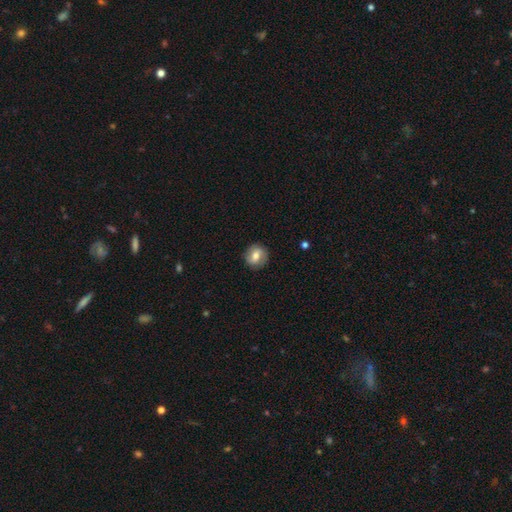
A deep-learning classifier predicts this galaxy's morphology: Smooth or featured: smooth — 59% (featured or disk — 33%)
How rounded: round — 80% (in between — 19%)
Merging: none — 85% (minor disturbance — 11%)